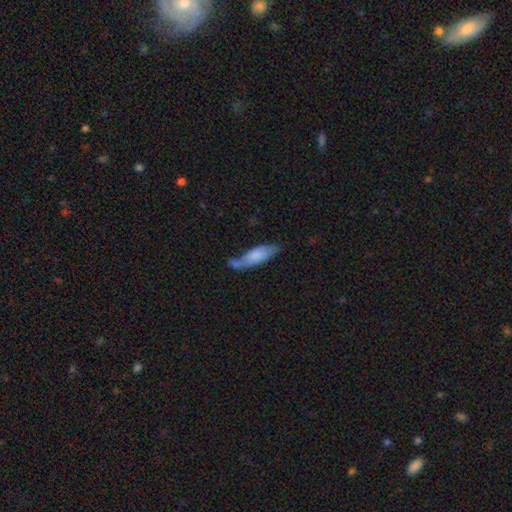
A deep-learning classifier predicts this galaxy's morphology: Overall: smooth (72%). How rounded: cigar-shaped (51%; in between 48%). Merging: none (48%; minor disturbance 25%).